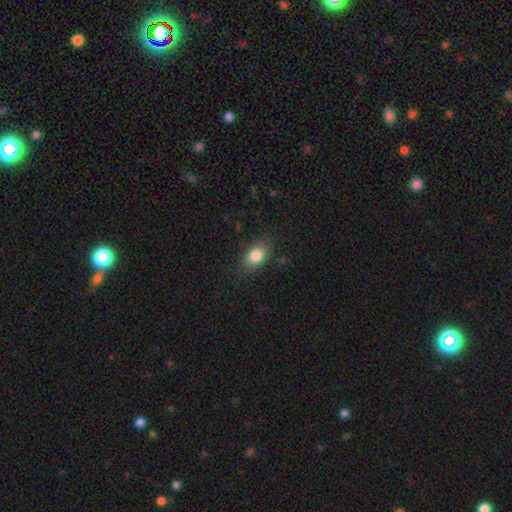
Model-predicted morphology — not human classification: Smooth or featured?
  - smooth: 82% *
  - featured or disk: 9%
  - star or artifact: 9%
How rounded?
  - in between: 77% *
  - round: 21%
  - cigar-shaped: 2%
Merging?
  - none: 79% *
  - minor disturbance: 15%
  - major disturbance: 4%
  - merger: 1%